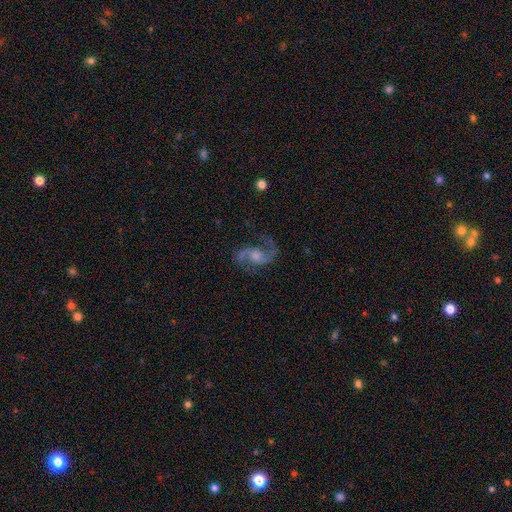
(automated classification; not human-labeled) This appears to be a featured or disk galaxy (90%) with no bar (56%), 2 (93%) medium (51%) spiral arms (98%) and a moderate central bulge (50%). Merging: none (76%).